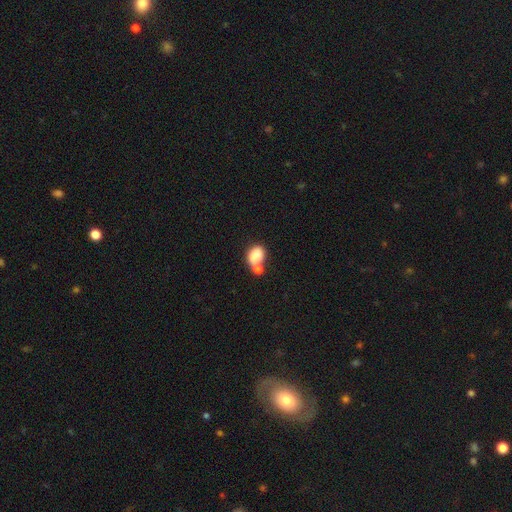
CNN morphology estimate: The model was most divided on "merging": merger: 51%, none: 33%, minor disturbance: 11%, major disturbance: 6%. More confident: smooth or featured — smooth (83%); how rounded — in between (73%).